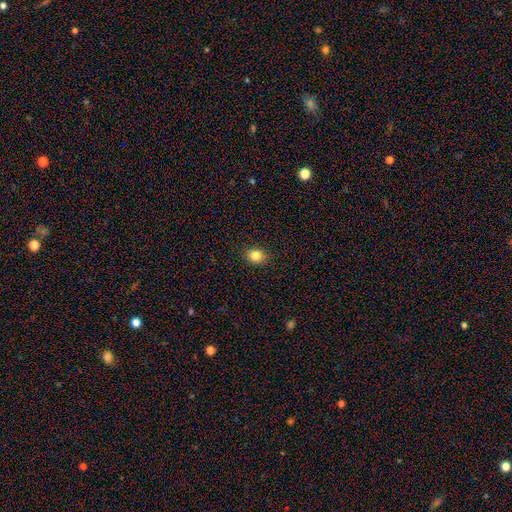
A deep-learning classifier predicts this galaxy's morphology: smooth-or-featured: smooth: 83% | star or artifact: 11% | featured or disk: 6%
  how-rounded: round: 56% | in between: 43% | cigar-shaped: 1%
  merging: none: 90% | minor disturbance: 7% | major disturbance: 2% | merger: 1%